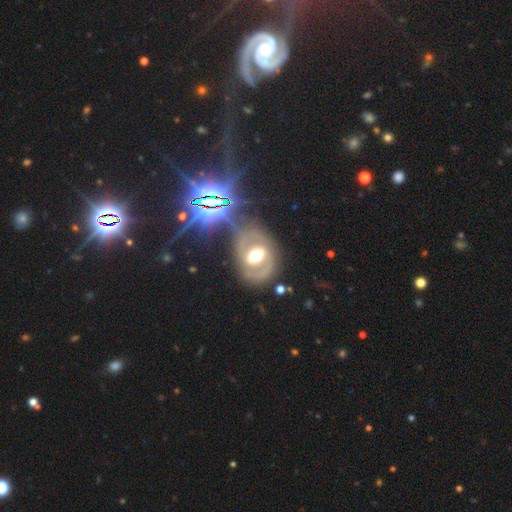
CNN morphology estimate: Smooth or featured? featured or disk (71%)
Edge-on disk? no (95%)
Bar? weak (39%, tied with strong)
Spiral arms? yes (68%)
Bulge size? moderate (64%)
Merging? none (66%)